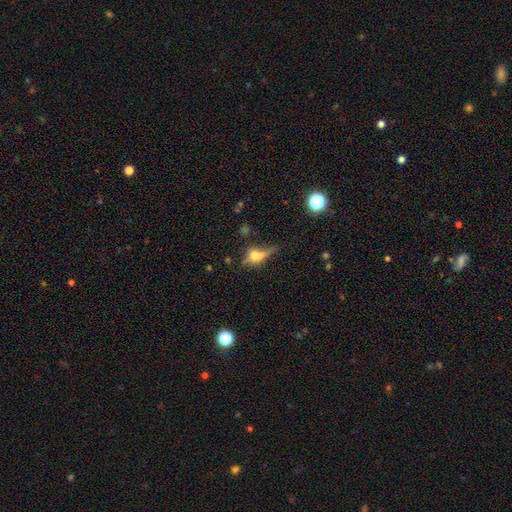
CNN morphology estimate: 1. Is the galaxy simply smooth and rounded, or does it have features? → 45% smooth, 39% featured or disk, 17% star or artifact.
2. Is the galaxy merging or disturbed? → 44% none, 22% minor disturbance, 20% major disturbance, 14% merger.